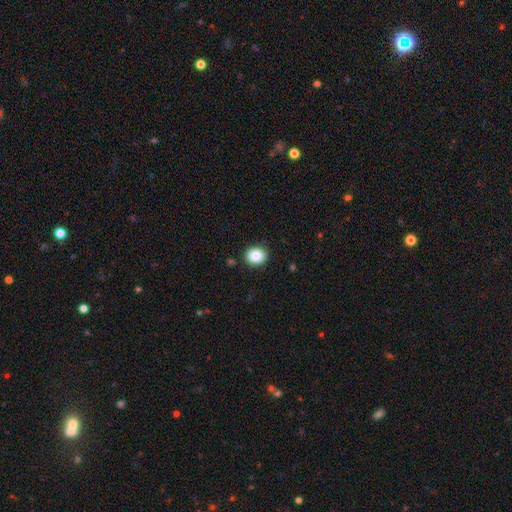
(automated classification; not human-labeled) Smooth or featured?
  - smooth: 86% *
  - star or artifact: 9%
  - featured or disk: 5%
How rounded?
  - round: 73% *
  - in between: 26%
  - cigar-shaped: 1%
Merging?
  - none: 90% *
  - minor disturbance: 7%
  - major disturbance: 2%
  - merger: 1%